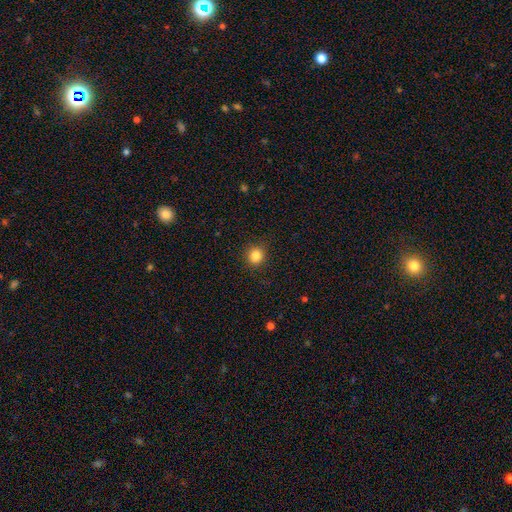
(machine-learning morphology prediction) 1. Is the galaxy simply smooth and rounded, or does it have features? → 85% smooth, 11% star or artifact, 4% featured or disk.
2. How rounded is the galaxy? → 88% round, 11% in between, 1% cigar-shaped.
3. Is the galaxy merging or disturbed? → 89% none, 7% minor disturbance, 2% major disturbance, 1% merger.